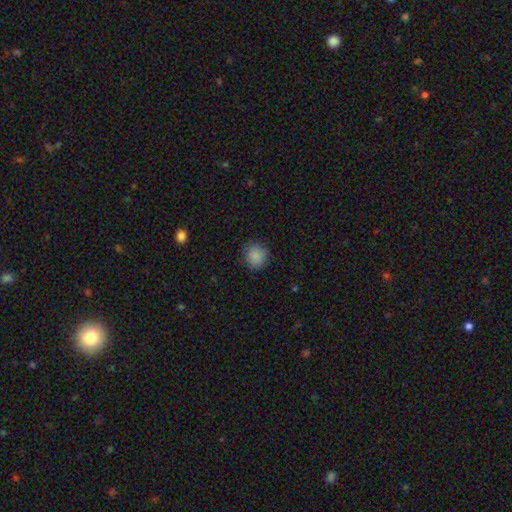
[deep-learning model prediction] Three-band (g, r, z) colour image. It shows a smooth galaxy with no disk features (88%) that is round (89%). Merging: none (87%).